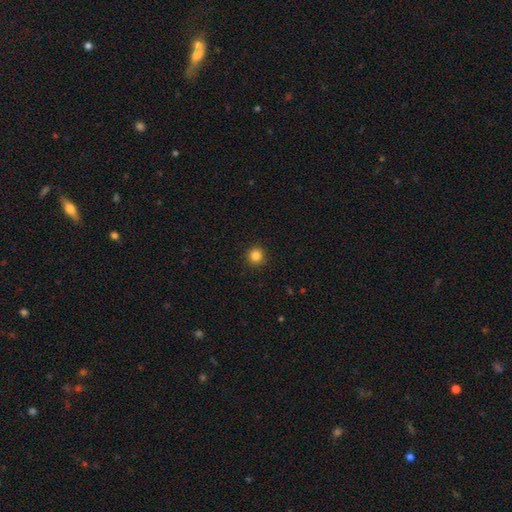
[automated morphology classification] Smooth or featured? smooth (84%)
How rounded? round (95%)
Merging? none (92%)